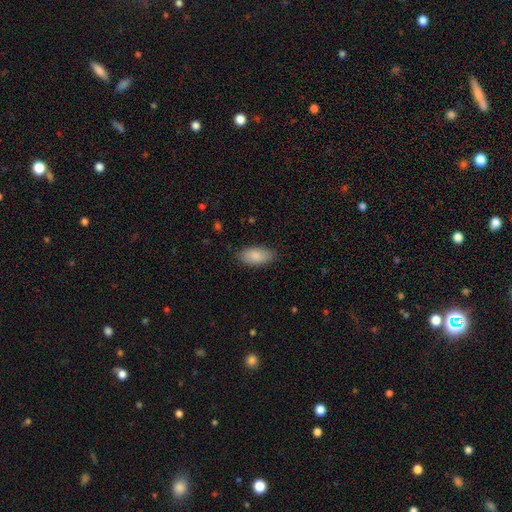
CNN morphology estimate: smooth_or_featured: smooth (p=0.87) [alt: featured or disk p=0.07]
how_rounded: in between (p=0.91) [alt: cigar-shaped p=0.06]
merging: none (p=0.85) [alt: minor disturbance p=0.11]